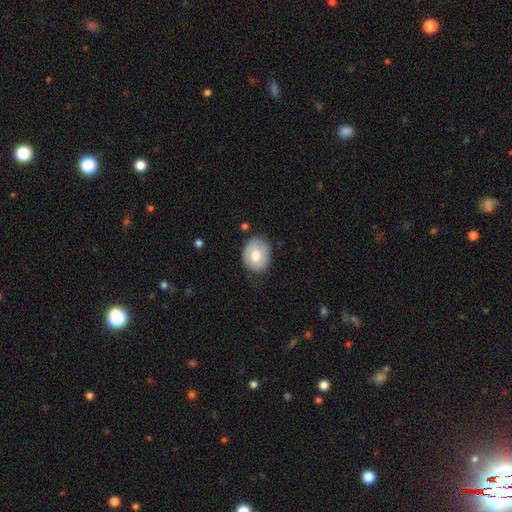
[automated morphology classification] Smooth or featured: smooth — 65% (featured or disk — 28%)
How rounded: round — 57% (in between — 42%)
Merging: none — 74% (minor disturbance — 20%)